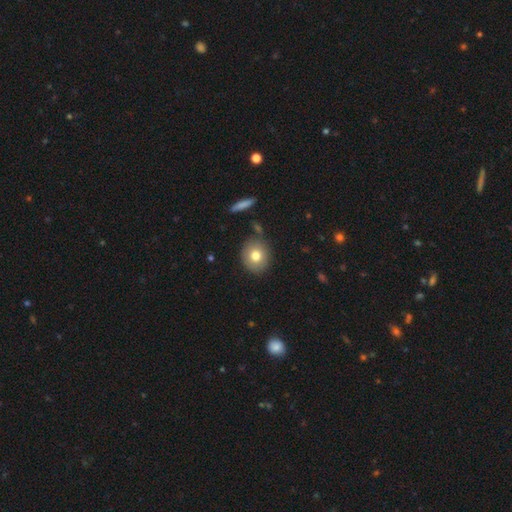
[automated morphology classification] Smooth or featured? Predicted: smooth (p=0.76). How rounded? Predicted: round (p=0.79). Merging? Predicted: none (p=0.81).